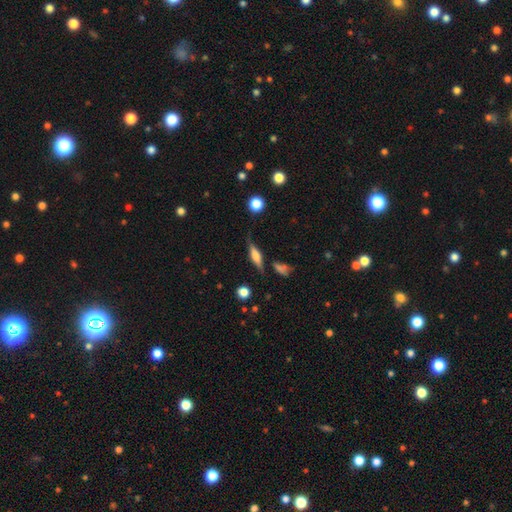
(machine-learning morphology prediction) Q: Smooth or featured?
A: featured or disk (54%); runner-up: smooth (38%)
Q: Edge-on disk?
A: yes (92%); runner-up: no (8%)
Q: Edge-on bulge?
A: rounded (72%); runner-up: boxy (22%)
Q: Merging?
A: none (75%); runner-up: minor disturbance (16%)